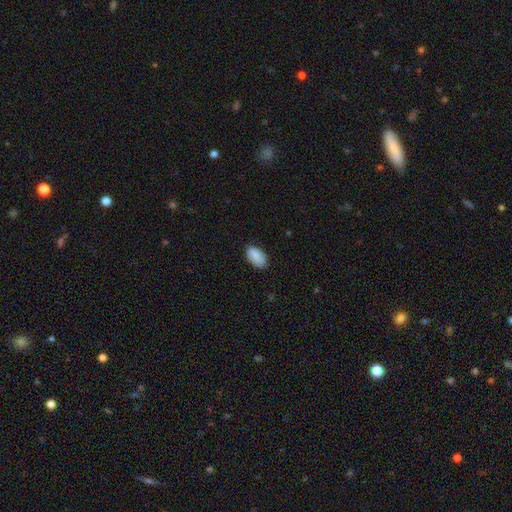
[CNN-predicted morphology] A smooth galaxy with no disk features (85%) that is in between round and cigar-shaped (94%). Merging: none (82%).